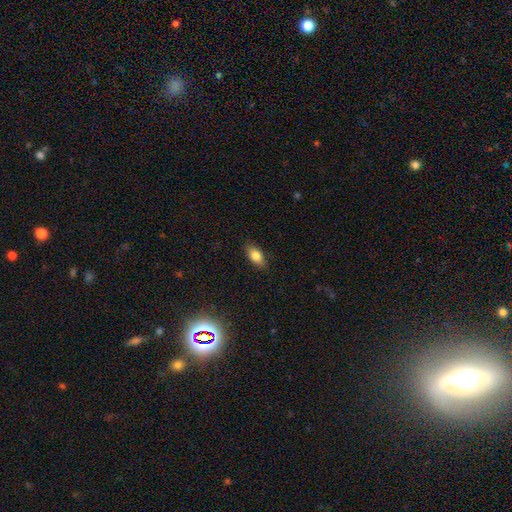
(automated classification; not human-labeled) The model was most divided on "smooth or featured": smooth: 82%, featured or disk: 10%, star or artifact: 8%. More confident: how rounded — in between (87%); merging — none (86%).